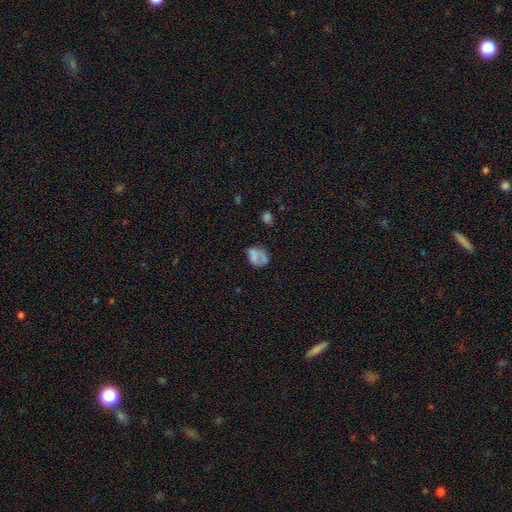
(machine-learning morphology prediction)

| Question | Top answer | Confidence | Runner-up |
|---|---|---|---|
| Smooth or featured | smooth | 58% | featured or disk (31%) |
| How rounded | in between | 50% | round (48%) |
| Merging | none | 40% | minor disturbance (25%) |